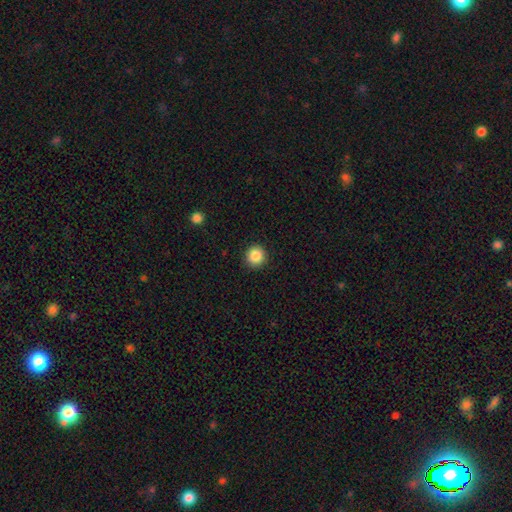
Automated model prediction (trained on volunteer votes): A smooth galaxy with no disk features (87%) that is round (94%).

Vote fractions:
- Smooth or featured? smooth: 87% / star or artifact: 9% / featured or disk: 4%
- How rounded? round: 94% / in between: 5% / cigar-shaped: 1%
- Merging? none: 92% / minor disturbance: 5% / major disturbance: 2% / merger: 1%